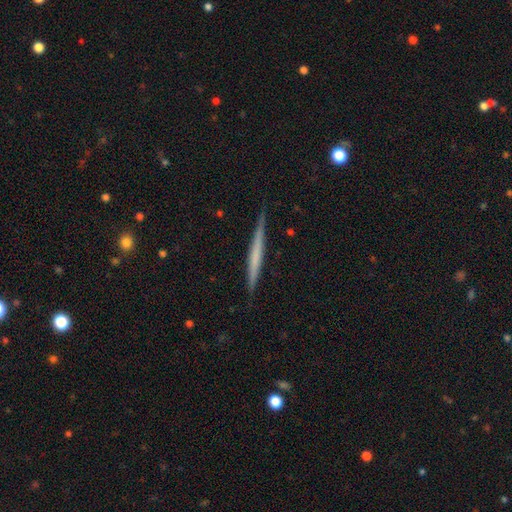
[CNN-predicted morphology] A featured or disk galaxy (50%) viewed edge-on (97%).

Vote fractions:
- Smooth or featured? featured or disk: 50% / smooth: 44% / star or artifact: 5%
- Edge-on disk? yes: 97% / no: 3%
- Merging? none: 89% / minor disturbance: 8% / major disturbance: 2% / merger: 1%